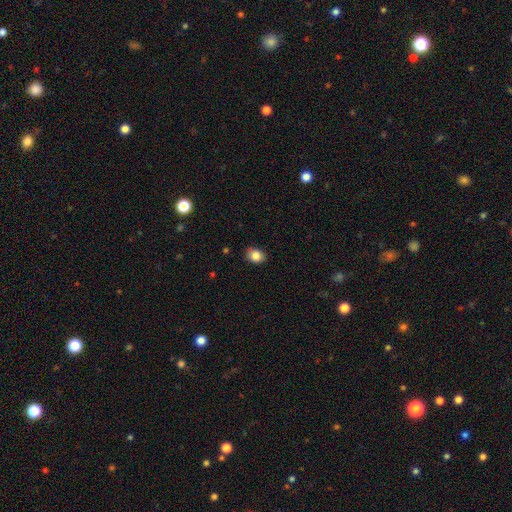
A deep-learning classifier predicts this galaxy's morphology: smooth-or-featured: smooth: 85% | star or artifact: 9% | featured or disk: 6%
  how-rounded: in between: 60% | round: 39% | cigar-shaped: 1%
  merging: none: 84% | minor disturbance: 12% | major disturbance: 2% | merger: 1%